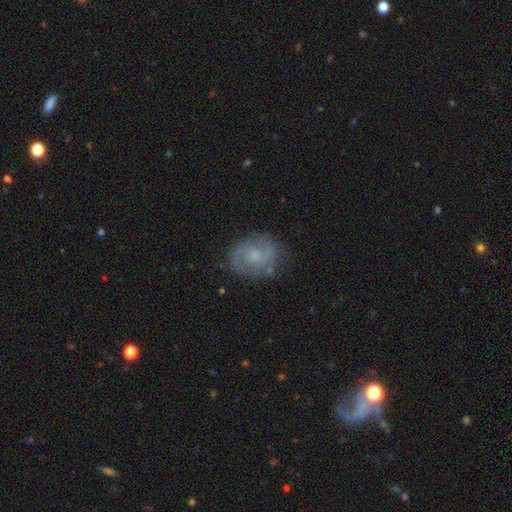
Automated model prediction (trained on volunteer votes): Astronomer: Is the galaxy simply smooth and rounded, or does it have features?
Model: featured or disk — 70%.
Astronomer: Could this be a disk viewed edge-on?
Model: no — 98%.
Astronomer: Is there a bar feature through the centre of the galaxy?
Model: no — 58% (runner-up: weak, 37%).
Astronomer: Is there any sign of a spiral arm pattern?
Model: yes — 91%.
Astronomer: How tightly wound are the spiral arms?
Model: medium — 51% (runner-up: tight, 30%).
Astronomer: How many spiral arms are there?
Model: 2 — 84%.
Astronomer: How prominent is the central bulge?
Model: moderate — 36%, tied with small at 36%.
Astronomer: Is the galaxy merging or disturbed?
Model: none — 78%.